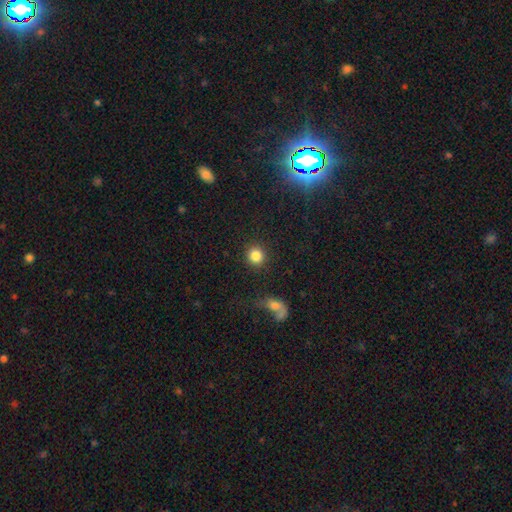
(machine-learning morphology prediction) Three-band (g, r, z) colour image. It shows a smooth galaxy with no disk features (85%) that is round (90%). Merging: none (88%).